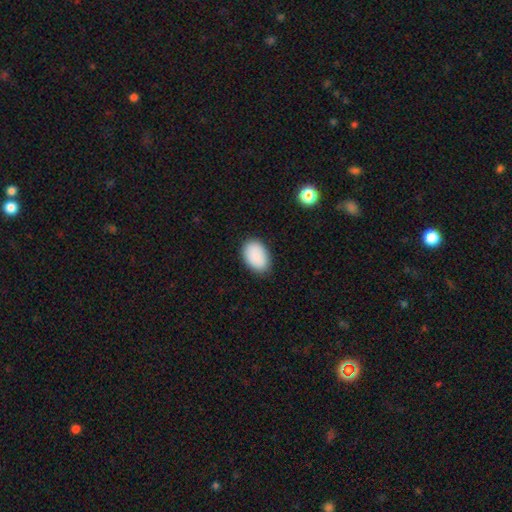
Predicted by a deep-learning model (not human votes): Smooth or featured? Predicted: smooth (p=0.90). How rounded? Predicted: in between (p=0.90). Merging? Predicted: none (p=0.86).